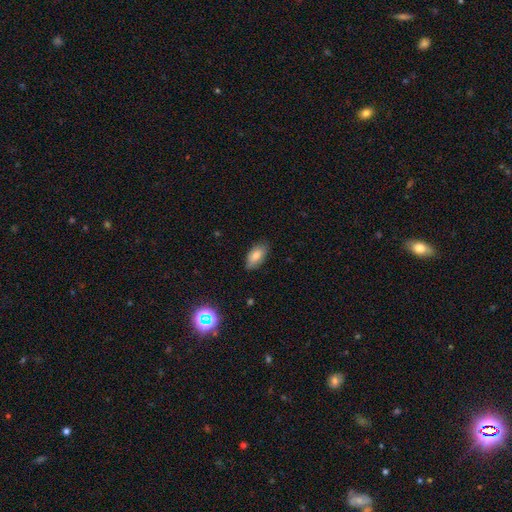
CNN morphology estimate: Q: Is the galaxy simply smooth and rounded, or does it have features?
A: smooth — 81%.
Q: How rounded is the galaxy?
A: in between — 92%.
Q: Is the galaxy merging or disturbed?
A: none — 81%.